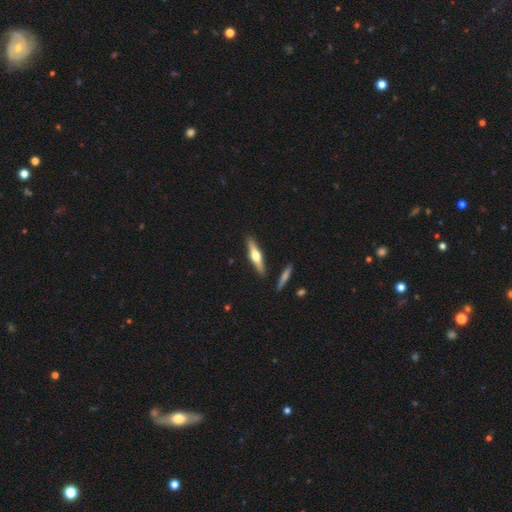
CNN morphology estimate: This is likely a featured or disk galaxy (62%). It is clearly viewed edge-on (96%). Edge-on bulge: clearly rounded (94%). Merging: clearly none (88%).